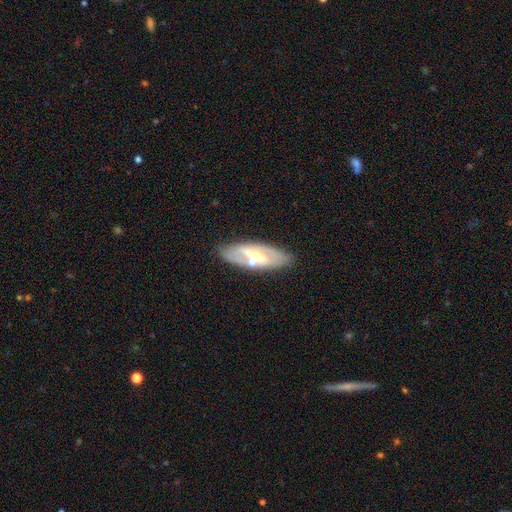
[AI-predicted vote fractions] A featured or disk galaxy (68%) with a strong bar (45%), no spiral arms (53%) and a moderate central bulge (56%).

Vote fractions:
- Smooth or featured? featured or disk: 68% / smooth: 25% / star or artifact: 6%
- Edge-on disk? no: 78% / yes: 22%
- Bar? strong: 45% / weak: 32% / no: 23%
- Spiral arms? no: 53% / yes: 47%
- Bulge size? moderate: 56% / small: 38% / large: 4% / none: 2% / dominant: 1%
- Merging? none: 76% / minor disturbance: 14% / merger: 6% / major disturbance: 4%